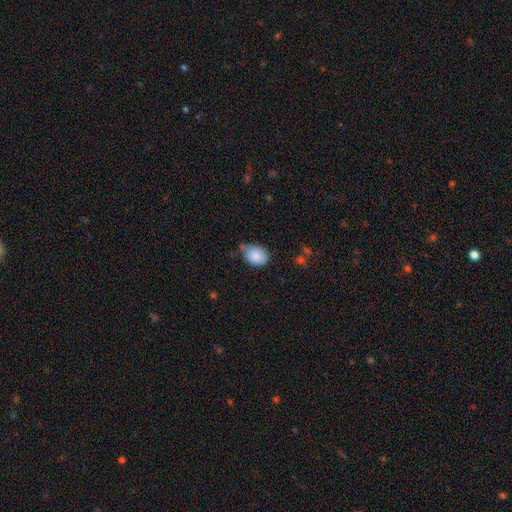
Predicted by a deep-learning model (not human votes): smooth_or_featured: smooth (p=0.87) [alt: star or artifact p=0.08]
how_rounded: in between (p=0.68) [alt: round p=0.31]
merging: none (p=0.59) [alt: minor disturbance p=0.30]